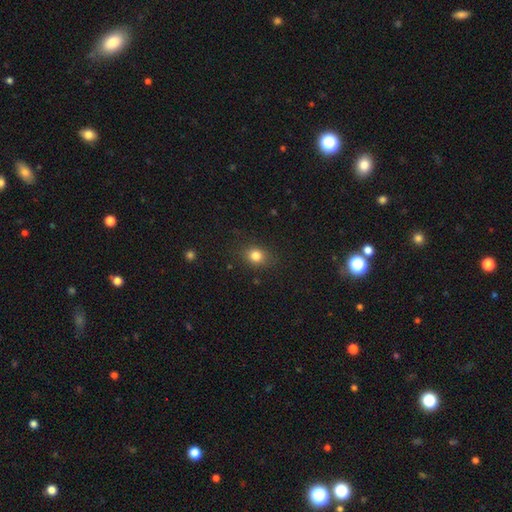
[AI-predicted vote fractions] A smooth galaxy with no disk features (82%) that is round (60%). Merging: none (85%).